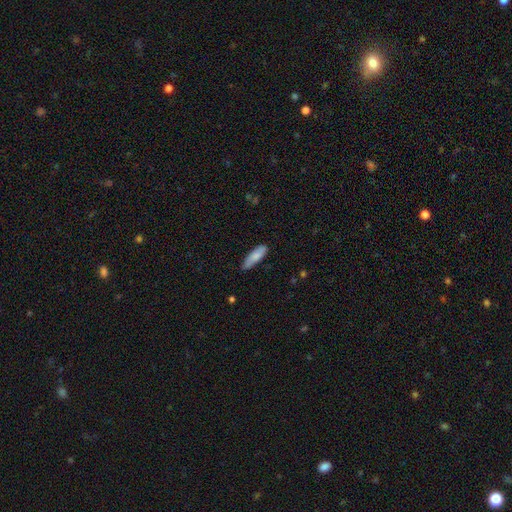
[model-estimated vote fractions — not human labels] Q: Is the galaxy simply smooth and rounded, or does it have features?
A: smooth — 80%.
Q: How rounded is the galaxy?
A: cigar-shaped — 54%.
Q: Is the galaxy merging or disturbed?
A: none — 75%.